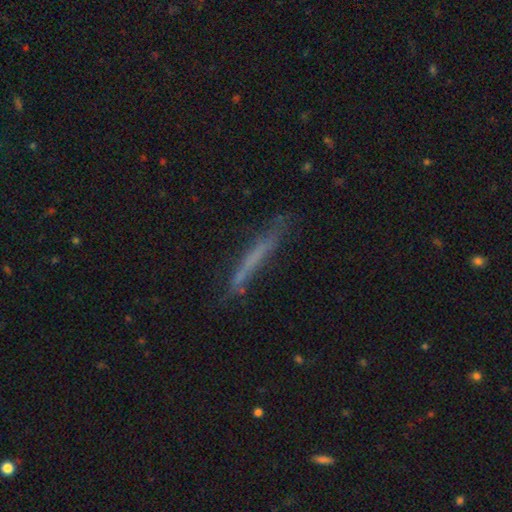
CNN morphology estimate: smooth 50%, featured or disk 41%, star or artifact 9%. Down the decision tree: how rounded — cigar-shaped (95%); merging — none (64%).